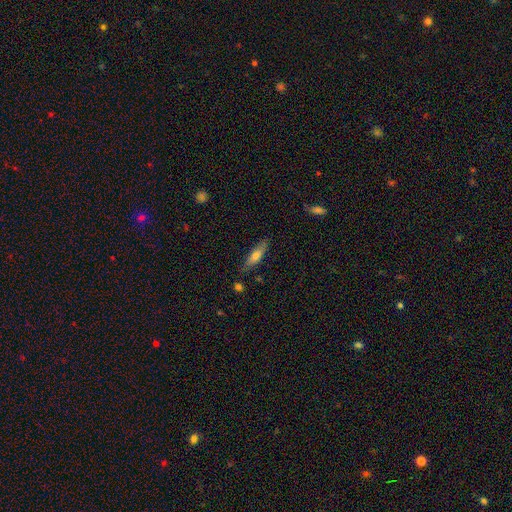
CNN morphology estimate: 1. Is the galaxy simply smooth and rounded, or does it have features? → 66% smooth, 27% featured or disk, 7% star or artifact.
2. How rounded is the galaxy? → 63% cigar-shaped, 35% in between, 2% round.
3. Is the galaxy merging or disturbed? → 78% none, 16% minor disturbance, 3% major disturbance, 3% merger.